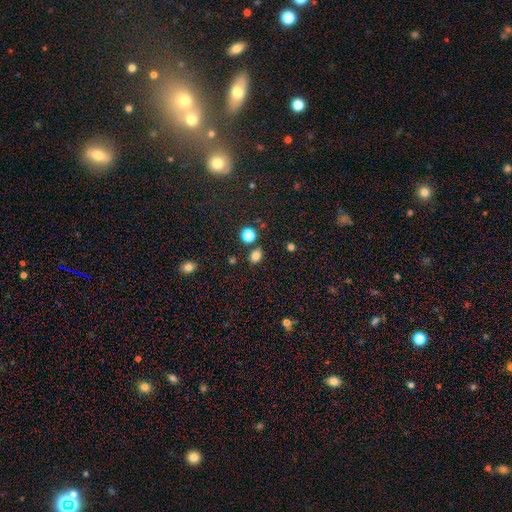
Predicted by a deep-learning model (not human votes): Morphology: type=smooth (81%); roundness=in between (51%); merging=none (81%).